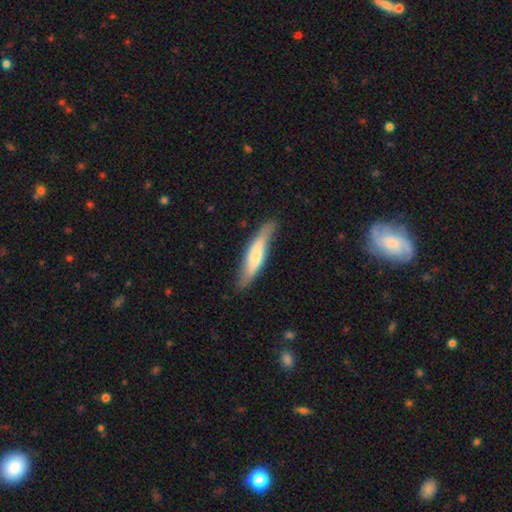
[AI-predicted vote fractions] Q: Smooth or featured?
A: smooth (54%); runner-up: featured or disk (41%)
Q: How rounded?
A: cigar-shaped (79%); runner-up: in between (19%)
Q: Merging?
A: none (74%); runner-up: minor disturbance (20%)